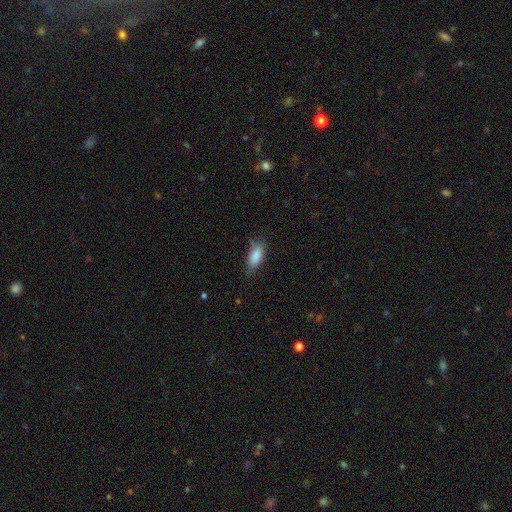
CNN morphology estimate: This is clearly a smooth galaxy (87%). How rounded: clearly in between (87%). Merging: likely none (68%).